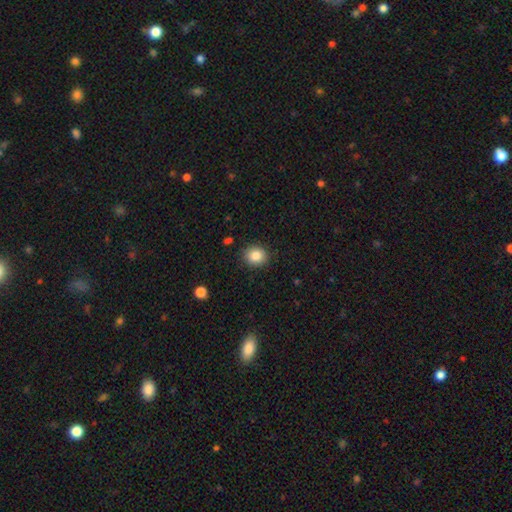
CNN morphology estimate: type=smooth (85%); roundness=round (77%); merging=none (89%).